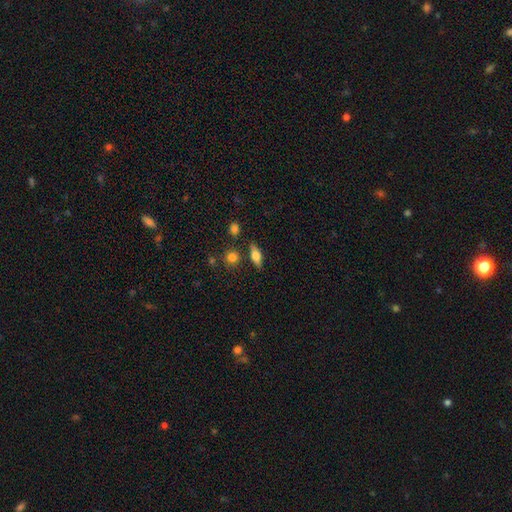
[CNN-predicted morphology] smooth-or-featured: smooth: 56% | featured or disk: 36% | star or artifact: 8%
  how-rounded: in between: 65% | cigar-shaped: 29% | round: 6%
  merging: none: 80% | minor disturbance: 11% | merger: 5% | major disturbance: 3%